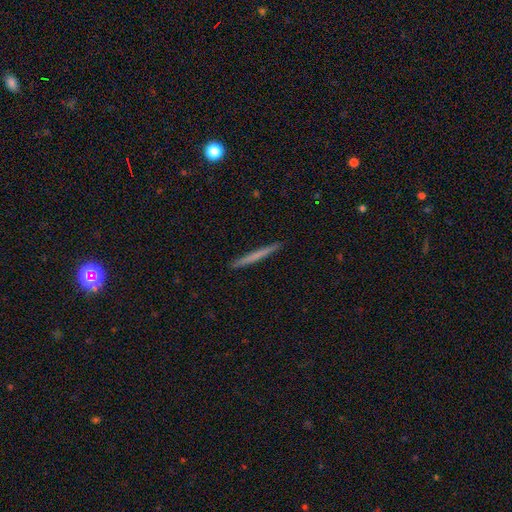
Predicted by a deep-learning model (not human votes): smooth 57%, featured or disk 37%, star or artifact 6%. Down the decision tree: how rounded — cigar-shaped (97%); merging — none (93%).